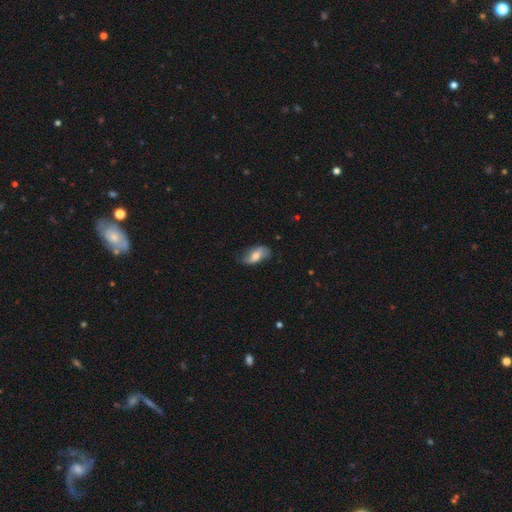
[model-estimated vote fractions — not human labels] This is possibly a smooth galaxy (57%). How rounded: clearly in between (88%). Merging: likely none (68%).